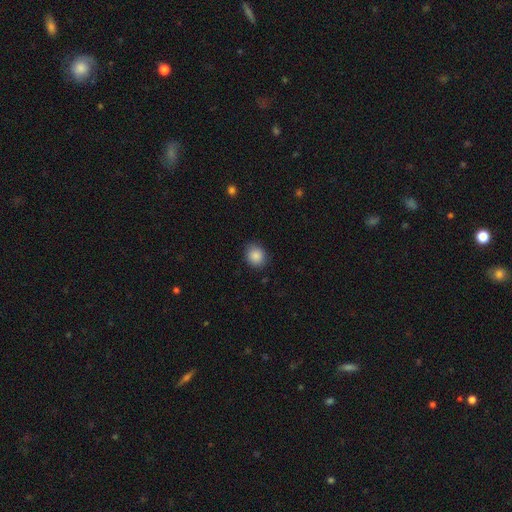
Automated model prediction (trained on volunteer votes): Smooth or featured: smooth — 88% (star or artifact — 9%)
How rounded: round — 74% (in between — 25%)
Merging: none — 85% (minor disturbance — 12%)